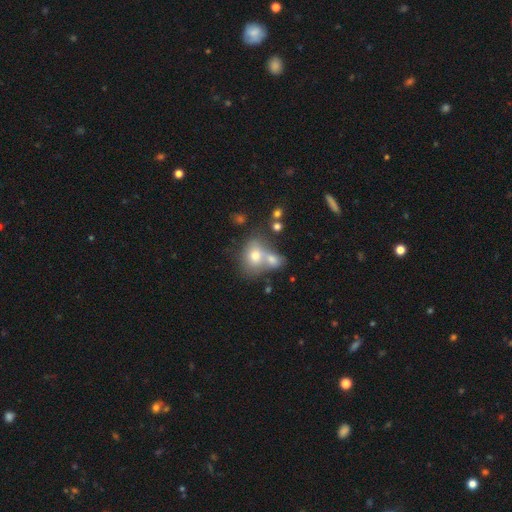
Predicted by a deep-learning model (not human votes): smooth-or-featured: smooth: 71% | featured or disk: 18% | star or artifact: 11%
  how-rounded: in between: 55% | round: 44% | cigar-shaped: 1%
  merging: merger: 54% | none: 31% | minor disturbance: 10% | major disturbance: 5%